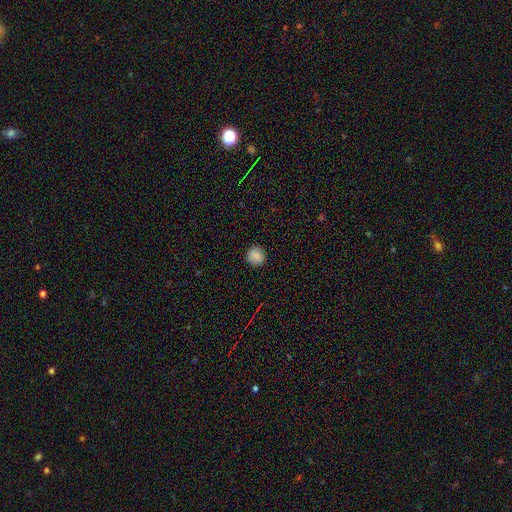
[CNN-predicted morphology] This is clearly a smooth galaxy (85%). How rounded: clearly round (83%). Merging: clearly none (88%).